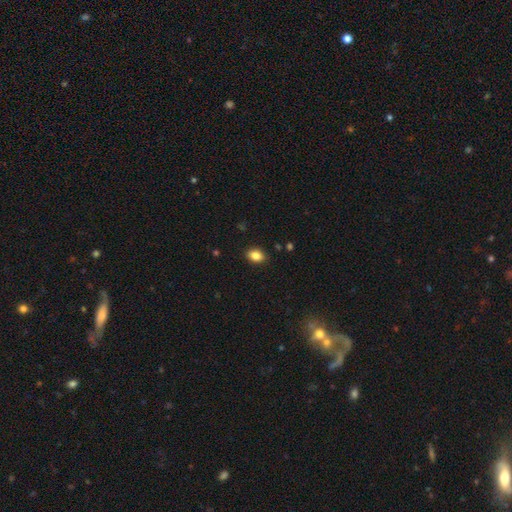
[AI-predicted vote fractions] This is clearly a smooth galaxy (85%). How rounded: likely in between (80%). Merging: clearly none (88%).